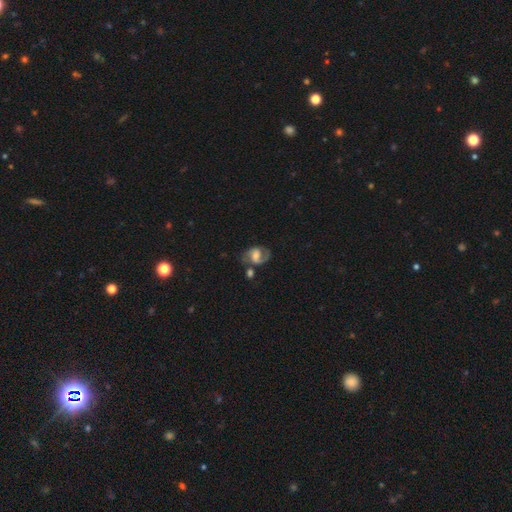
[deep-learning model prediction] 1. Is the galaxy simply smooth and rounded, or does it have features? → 63% featured or disk, 28% smooth, 8% star or artifact.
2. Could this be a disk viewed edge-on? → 96% no, 4% yes.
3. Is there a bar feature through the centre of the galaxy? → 47% weak, 29% no, 24% strong.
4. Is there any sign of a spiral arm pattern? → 83% yes, 17% no.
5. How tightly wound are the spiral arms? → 50% medium, 28% loose, 23% tight.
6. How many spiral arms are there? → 74% 2, 14% 1, 9% can't tell, 1% 3, 1% 4, 1% more than 4.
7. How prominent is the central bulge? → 44% moderate, 27% small, 19% large, 9% none, 2% dominant.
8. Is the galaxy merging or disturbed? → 53% none, 20% minor disturbance, 14% merger, 13% major disturbance.